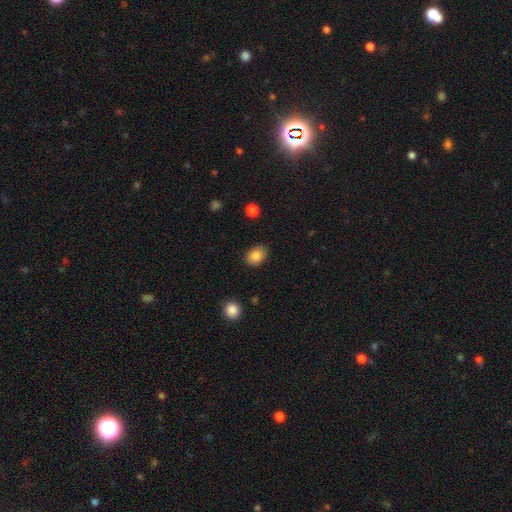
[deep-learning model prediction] This appears to be a smooth galaxy with no disk features (86%) that is in between round and cigar-shaped (69%). Merging: none (84%).